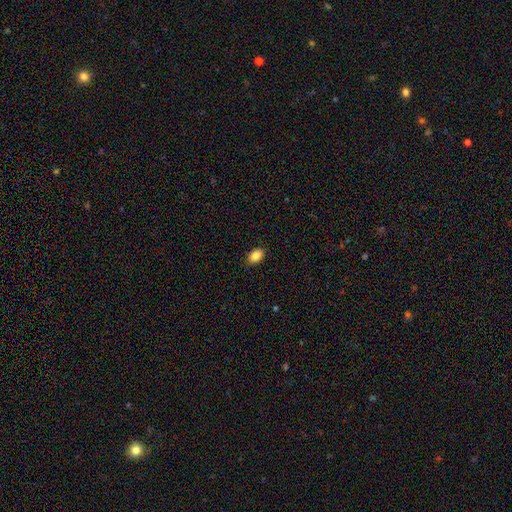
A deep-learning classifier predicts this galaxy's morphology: Overall: smooth (87%). How rounded: in between (83%). Merging: none (88%).